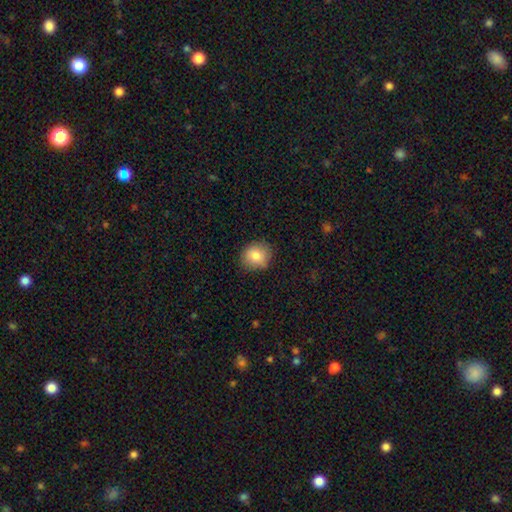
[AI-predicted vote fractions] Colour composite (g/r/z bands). It shows a smooth galaxy with no disk features (83%) that is round (76%). Merging: none (79%).